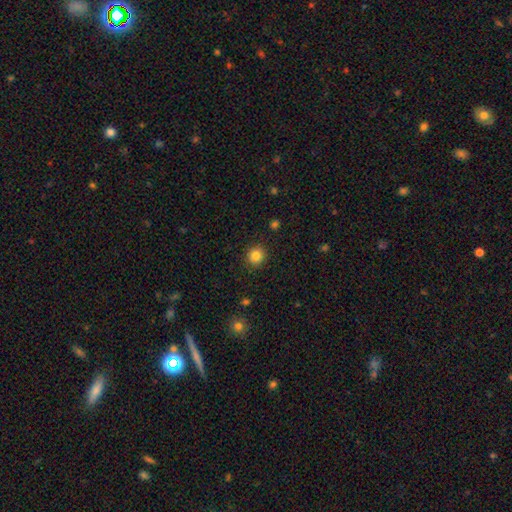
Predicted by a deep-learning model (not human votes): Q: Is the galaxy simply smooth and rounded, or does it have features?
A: smooth — 84%.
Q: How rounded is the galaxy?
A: round — 91%.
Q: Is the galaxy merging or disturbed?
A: none — 91%.